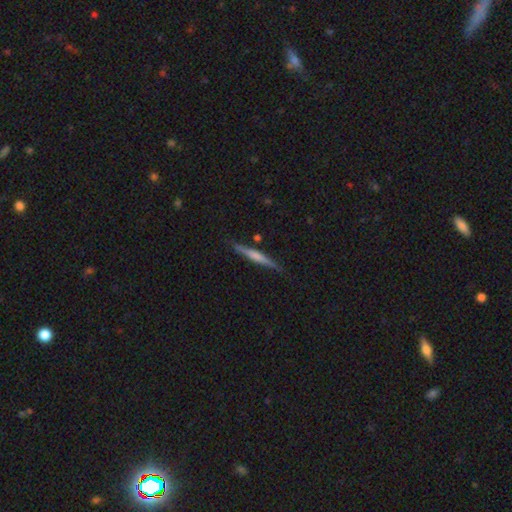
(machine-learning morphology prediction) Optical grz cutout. It shows a featured or disk galaxy (66%) viewed edge-on (98%) with a rounded central bulge (55%). Merging: none (89%).